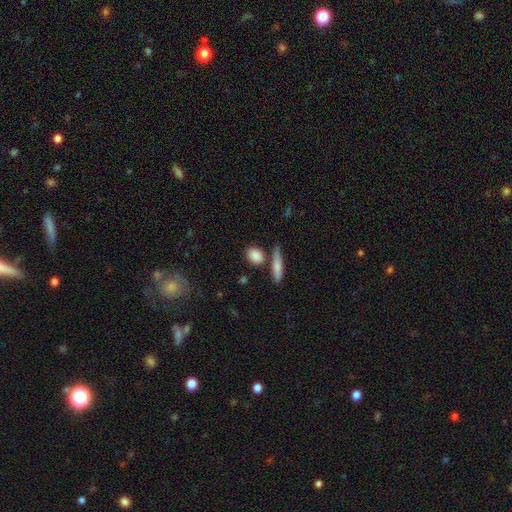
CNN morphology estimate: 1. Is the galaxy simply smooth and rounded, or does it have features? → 86% smooth, 7% featured or disk, 7% star or artifact.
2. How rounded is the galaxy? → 47% in between, 41% round, 12% cigar-shaped.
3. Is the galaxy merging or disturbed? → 72% none, 12% minor disturbance, 12% merger, 4% major disturbance.